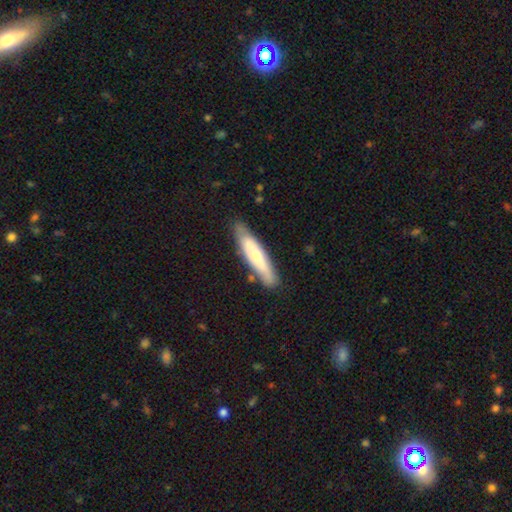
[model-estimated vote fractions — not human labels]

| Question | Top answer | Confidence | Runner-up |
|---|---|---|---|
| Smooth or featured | smooth | 57% | featured or disk (38%) |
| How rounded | cigar-shaped | 82% | in between (17%) |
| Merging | none | 77% | minor disturbance (17%) |